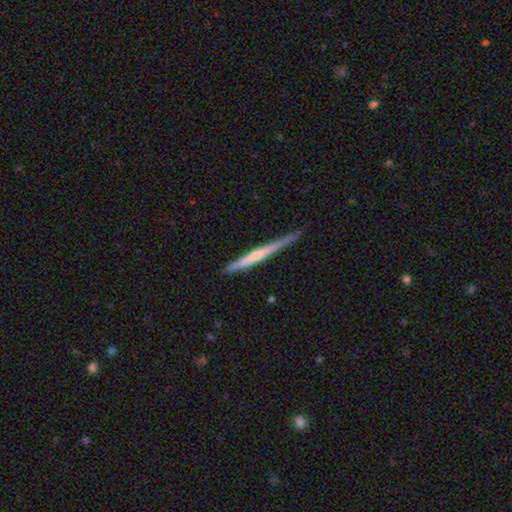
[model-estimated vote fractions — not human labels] smooth-or-featured: featured or disk: 52% | smooth: 43% | star or artifact: 5%
  disk-edge-on: yes: 97% | no: 3%
    edge-on-bulge: none: 68% | rounded: 23% | boxy: 9%
  merging: none: 81% | minor disturbance: 15% | major disturbance: 2% | merger: 2%